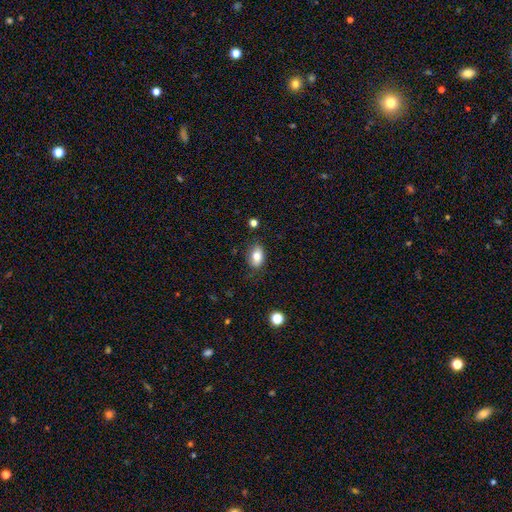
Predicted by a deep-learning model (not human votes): Morphology: type=smooth (82%); roundness=in between (87%); merging=none (77%).